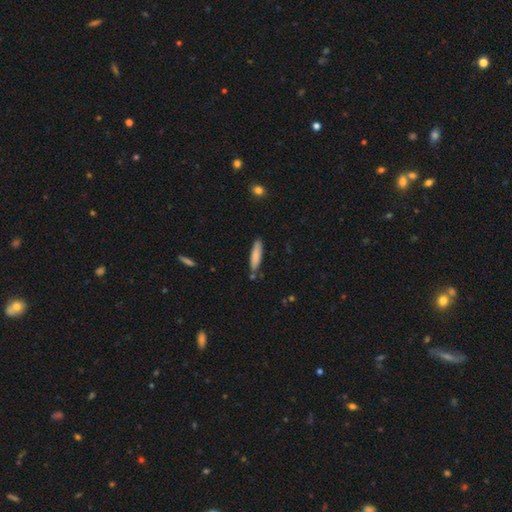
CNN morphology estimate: Smooth or featured? smooth (81%)
How rounded? cigar-shaped (77%)
Merging? none (78%)